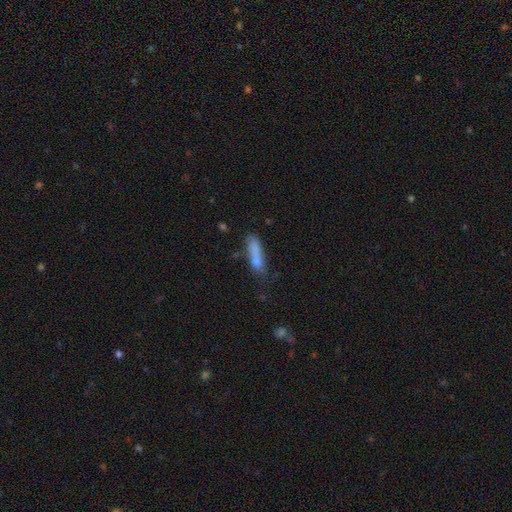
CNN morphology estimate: Smooth or featured? smooth (73%)
How rounded? cigar-shaped (66%)
Merging? none (46%)